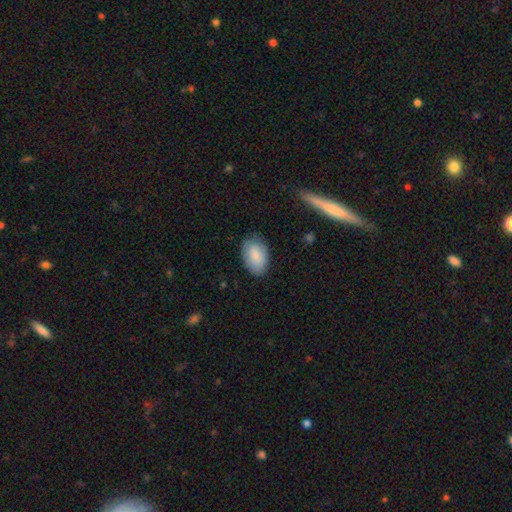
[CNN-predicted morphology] The model was most divided on "merging": none: 80%, minor disturbance: 16%, major disturbance: 3%, merger: 1%. More confident: how rounded — in between (91%); smooth or featured — smooth (86%).